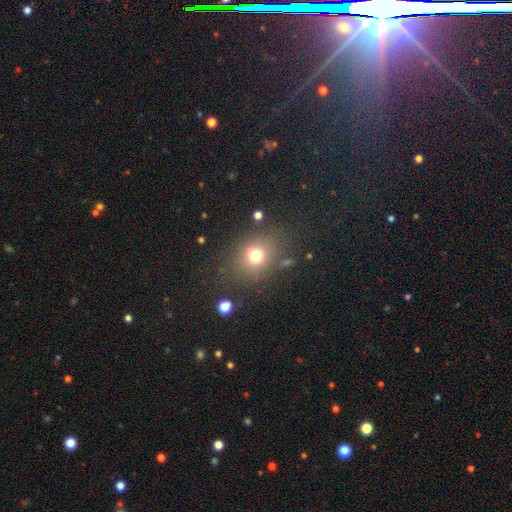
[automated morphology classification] smooth 71%, star or artifact 17%, featured or disk 12%. Down the decision tree: how rounded — round (63%); merging — none (74%).